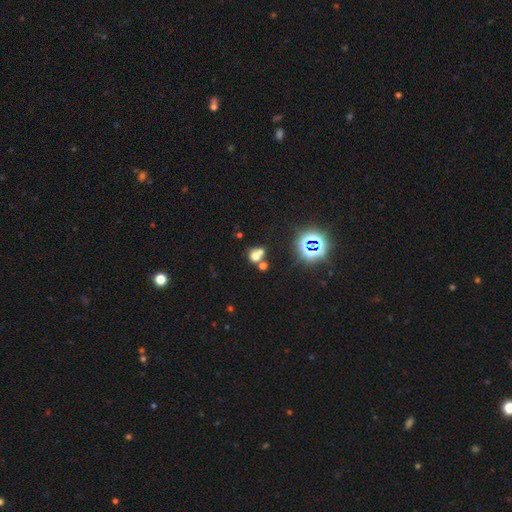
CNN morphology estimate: A smooth galaxy with no disk features (62%) that is round (69%).

Vote fractions:
- Smooth or featured? smooth: 62% / star or artifact: 23% / featured or disk: 15%
- How rounded? round: 69% / in between: 30% / cigar-shaped: 1%
- Merging? merger: 48% / none: 38% / minor disturbance: 9% / major disturbance: 5%